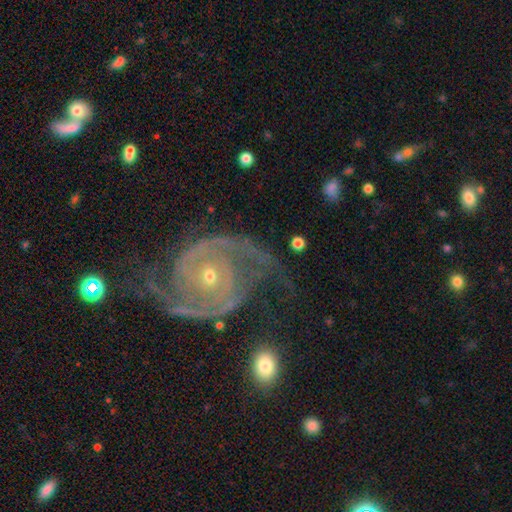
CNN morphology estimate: This appears to be a featured or disk galaxy (92%) with no bar (71%), 2 (87%) medium (47%) spiral arms (98%) and a small central bulge (68%). Merging: none (71%).